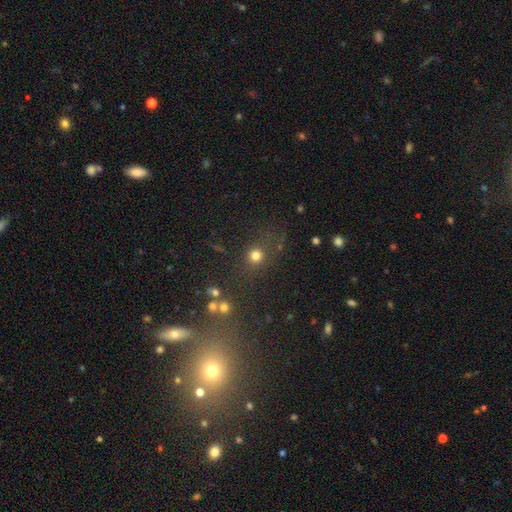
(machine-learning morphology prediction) Q: Smooth or featured?
A: smooth (72%); runner-up: star or artifact (20%)
Q: How rounded?
A: round (86%); runner-up: in between (13%)
Q: Merging?
A: none (73%); runner-up: minor disturbance (11%)